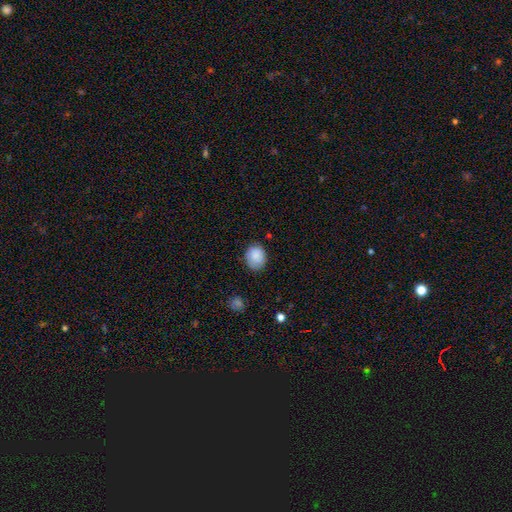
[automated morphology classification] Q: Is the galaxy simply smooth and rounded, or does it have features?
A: smooth — 86%.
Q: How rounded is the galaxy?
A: round — 59%.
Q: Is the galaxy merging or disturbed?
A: none — 75%.